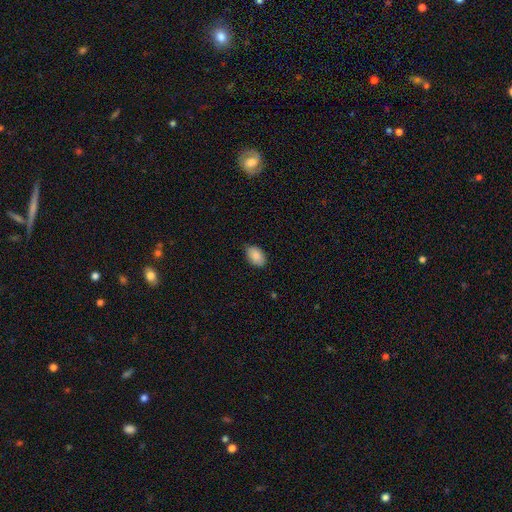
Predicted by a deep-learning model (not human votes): The model was most divided on "merging": none: 79%, minor disturbance: 18%, major disturbance: 3%, merger: 1%. More confident: how rounded — in between (91%); smooth or featured — smooth (88%).